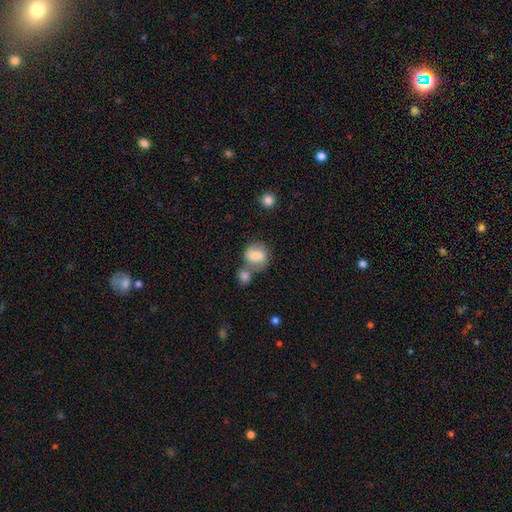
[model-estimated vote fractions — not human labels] The model was most divided on "merging": none: 40%, merger: 39%, minor disturbance: 14%, major disturbance: 6%. More confident: smooth or featured — smooth (69%); how rounded — round (63%).